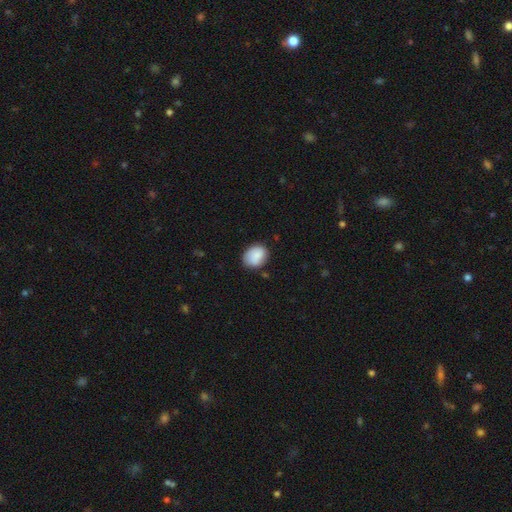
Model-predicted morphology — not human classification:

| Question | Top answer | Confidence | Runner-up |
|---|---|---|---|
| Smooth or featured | smooth | 83% | featured or disk (10%) |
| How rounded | in between | 56% | round (43%) |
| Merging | none | 75% | minor disturbance (19%) |